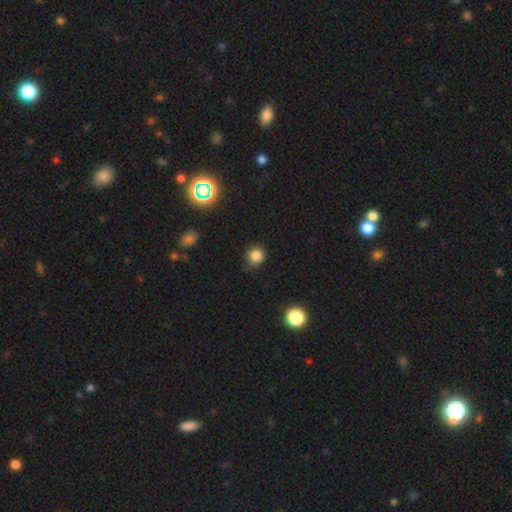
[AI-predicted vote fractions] Smooth or featured?
  - smooth: 82% *
  - star or artifact: 14%
  - featured or disk: 4%
How rounded?
  - round: 88% *
  - in between: 11%
  - cigar-shaped: 1%
Merging?
  - none: 81% *
  - minor disturbance: 15%
  - major disturbance: 3%
  - merger: 1%